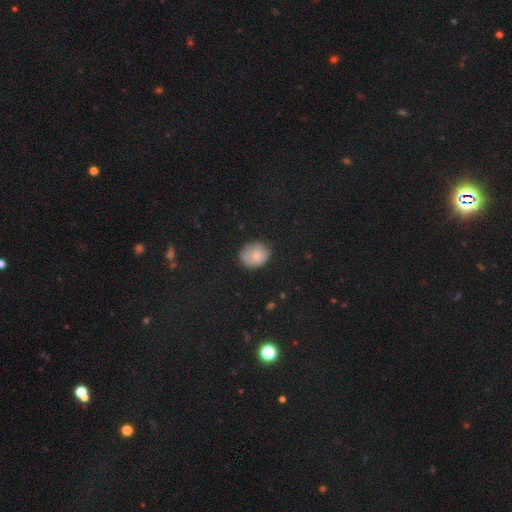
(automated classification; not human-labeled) Smooth or featured: smooth — 71% (featured or disk — 16%)
How rounded: round — 65% (in between — 34%)
Merging: none — 73% (minor disturbance — 20%)